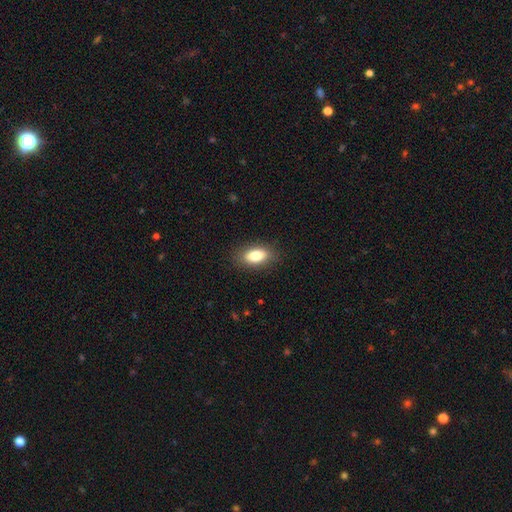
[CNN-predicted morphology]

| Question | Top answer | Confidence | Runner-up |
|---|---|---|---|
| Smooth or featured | smooth | 80% | featured or disk (12%) |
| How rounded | in between | 88% | round (7%) |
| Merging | none | 86% | minor disturbance (10%) |